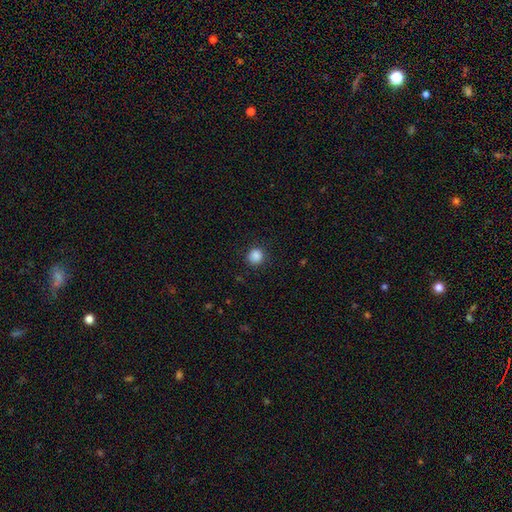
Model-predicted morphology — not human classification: Smooth or featured?
  - smooth: 87% *
  - star or artifact: 11%
  - featured or disk: 3%
How rounded?
  - round: 92% *
  - in between: 7%
  - cigar-shaped: 1%
Merging?
  - none: 89% *
  - minor disturbance: 7%
  - major disturbance: 3%
  - merger: 1%